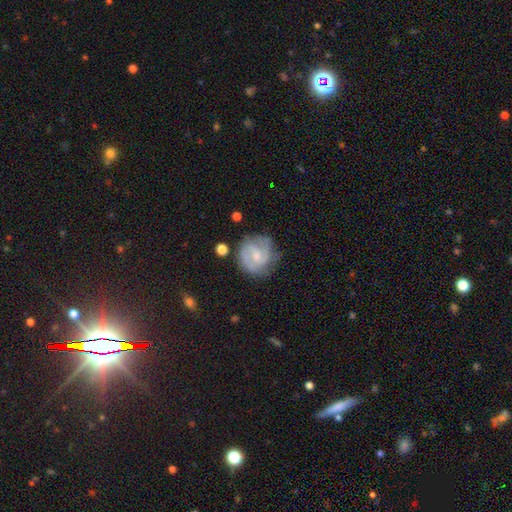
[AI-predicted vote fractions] Smooth or featured? Predicted: featured or disk (p=0.76). Edge-on disk? Predicted: no (p=0.98). Bar? Predicted: weak (p=0.48). Spiral arms? Predicted: yes (p=0.94). Spiral winding? Predicted: medium (p=0.46). Spiral arm count? Predicted: 2 (p=0.67). Bulge size? Predicted: small (p=0.54). Merging? Predicted: none (p=0.70).